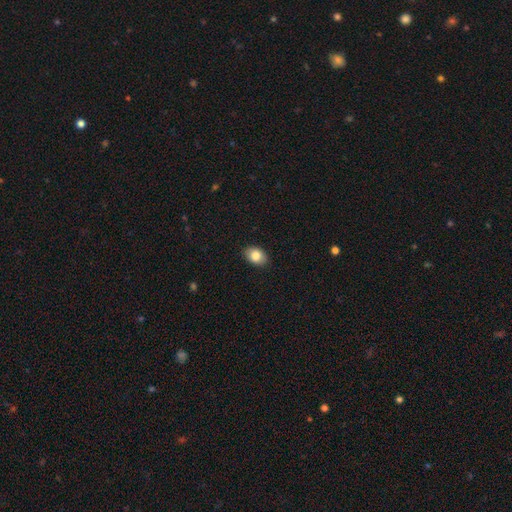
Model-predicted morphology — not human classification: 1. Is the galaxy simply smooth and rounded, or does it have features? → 84% smooth, 8% featured or disk, 8% star or artifact.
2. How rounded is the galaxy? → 78% in between, 21% round, 1% cigar-shaped.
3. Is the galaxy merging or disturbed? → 88% none, 9% minor disturbance, 2% major disturbance, 1% merger.